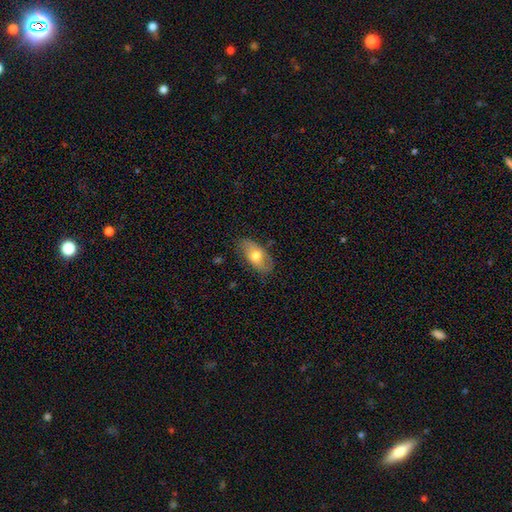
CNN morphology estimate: This appears to be a smooth galaxy with no disk features (63%) that is in between round and cigar-shaped (91%). Merging: none (74%).